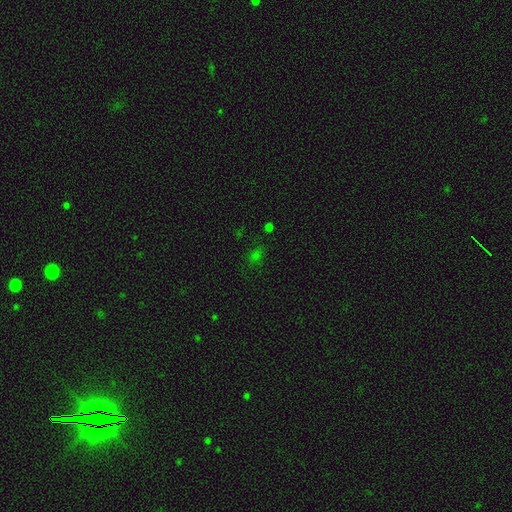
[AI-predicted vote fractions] Morphology: type=star or artifact (48%).